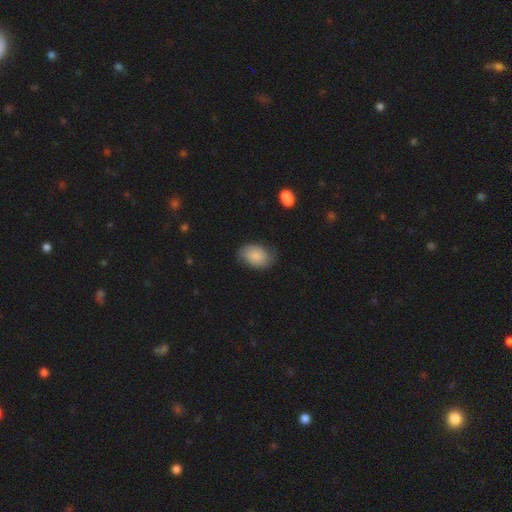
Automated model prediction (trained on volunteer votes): Smooth or featured? smooth (75%)
How rounded? in between (82%)
Merging? none (70%)